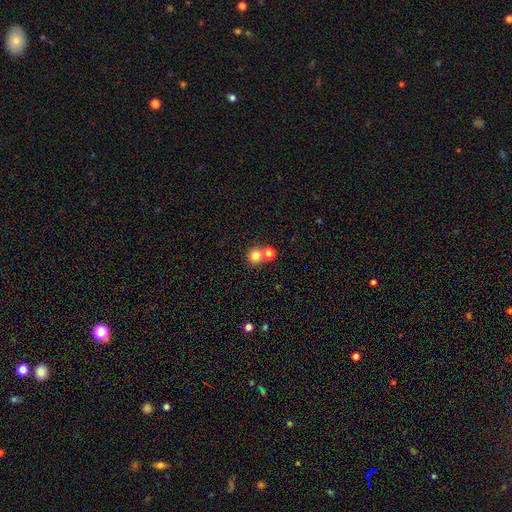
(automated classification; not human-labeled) The model was most divided on "merging": none: 52%, merger: 38%, minor disturbance: 7%, major disturbance: 3%. More confident: how rounded — round (86%); smooth or featured — smooth (80%).